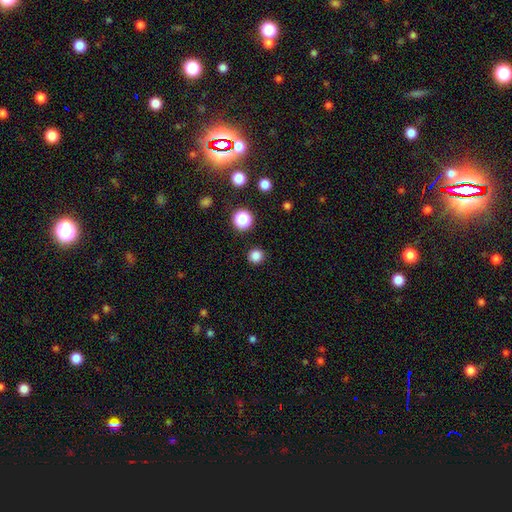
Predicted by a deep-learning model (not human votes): A smooth galaxy with no disk features (83%) that is round (95%).

Vote fractions:
- Smooth or featured? smooth: 83% / star or artifact: 14% / featured or disk: 3%
- How rounded? round: 95% / in between: 4% / cigar-shaped: 1%
- Merging? none: 91% / minor disturbance: 5% / major disturbance: 2% / merger: 1%